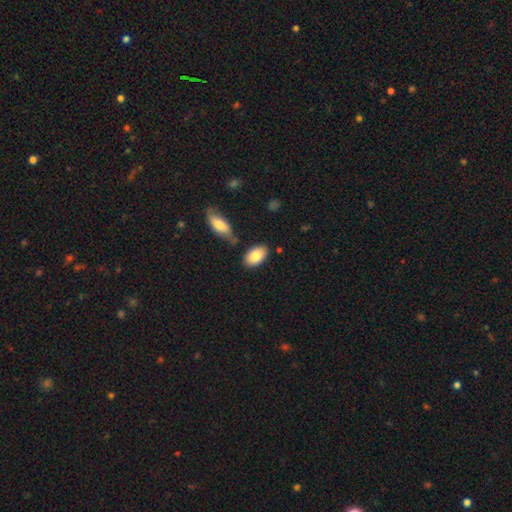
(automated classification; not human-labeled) Morphology: type=smooth (83%); roundness=in between (93%); merging=none (78%).